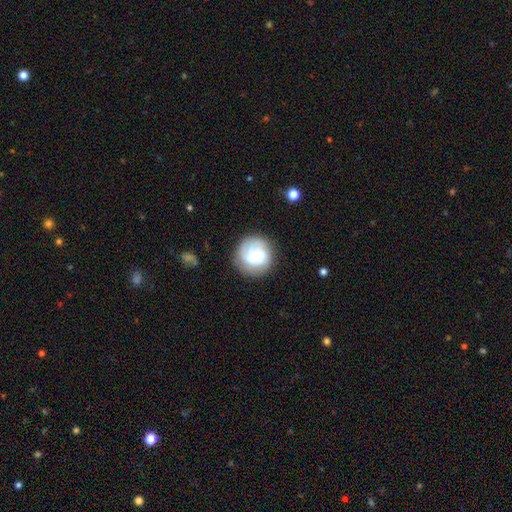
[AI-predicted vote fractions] The model was most divided on "spiral arm count": can't tell: 30%, 2: 28%, 3: 26%, 4: 6%, 1: 6%, more than 4: 4%. More confident: edge-on disk — no (98%); spiral arms — yes (88%); merging — none (80%); bar — no (70%); smooth or featured — featured or disk (66%); spiral winding — tight (64%); bulge size — small (52%).